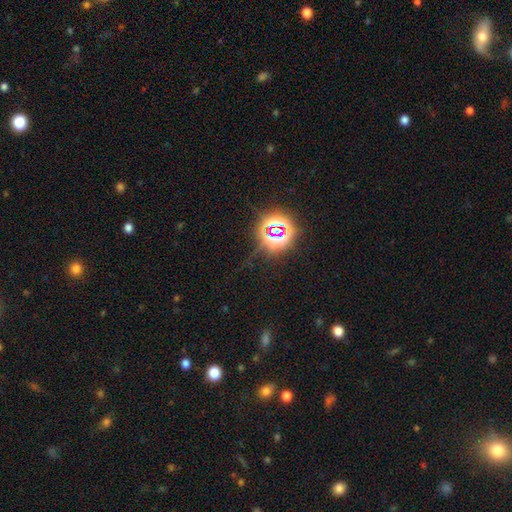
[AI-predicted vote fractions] A star or artifact, not a galaxy (76%).